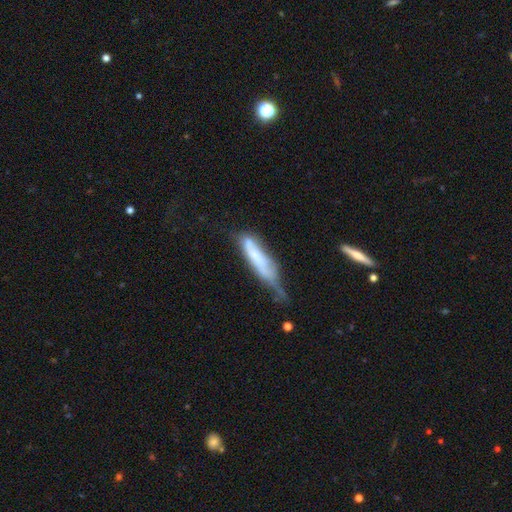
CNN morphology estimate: smooth-or-featured: smooth: 53% | featured or disk: 38% | star or artifact: 9%
  how-rounded: cigar-shaped: 78% | in between: 20% | round: 2%
  merging: minor disturbance: 37% | major disturbance: 28% | none: 25% | merger: 11%